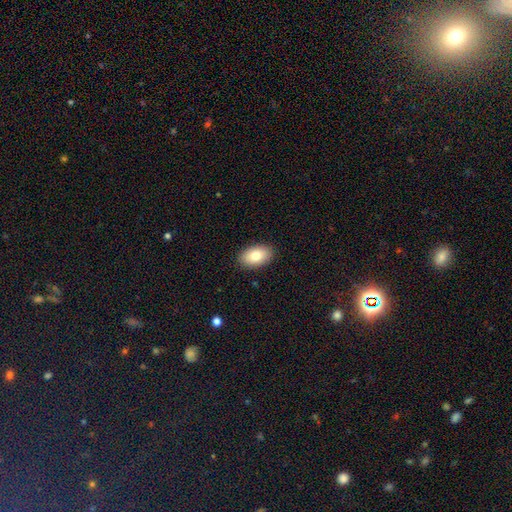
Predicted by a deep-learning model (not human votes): A smooth galaxy with no disk features (81%) that is in between round and cigar-shaped (92%). Merging: none (90%).